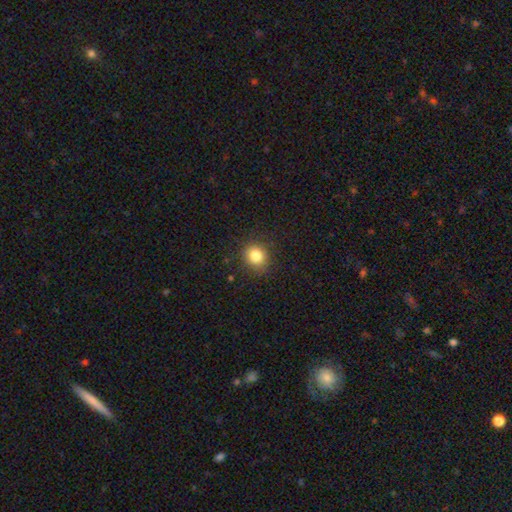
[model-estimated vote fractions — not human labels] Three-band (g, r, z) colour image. It shows a smooth galaxy with no disk features (83%) that is round (85%). Merging: none (86%).